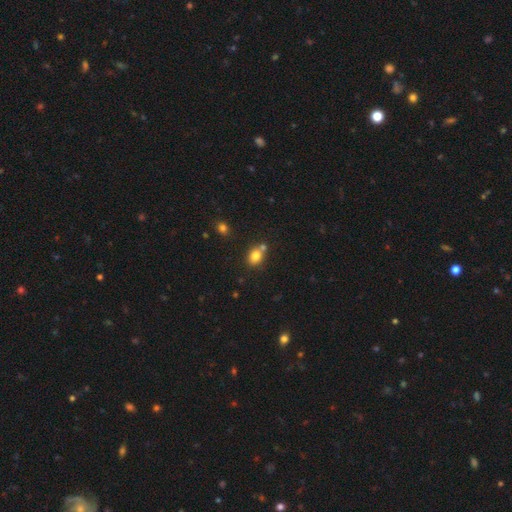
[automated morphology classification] Smooth or featured: smooth — 80% (star or artifact — 11%)
How rounded: in between — 54% (round — 45%)
Merging: none — 56% (merger — 29%)